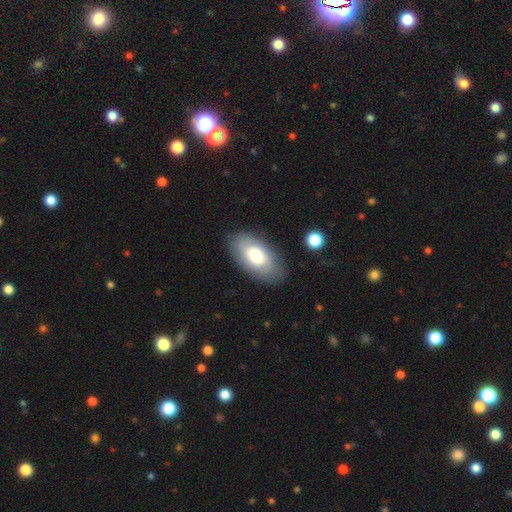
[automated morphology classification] Smooth or featured? smooth (70%)
How rounded? in between (94%)
Merging? none (80%)